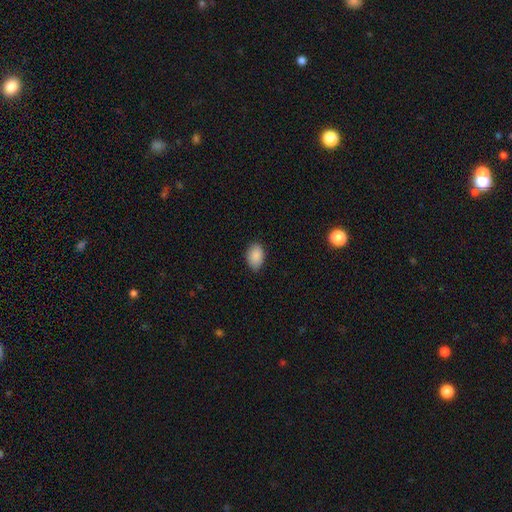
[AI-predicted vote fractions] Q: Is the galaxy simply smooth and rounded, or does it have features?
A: smooth — 89%.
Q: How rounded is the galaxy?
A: in between — 85%.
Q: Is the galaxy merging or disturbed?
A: none — 83%.